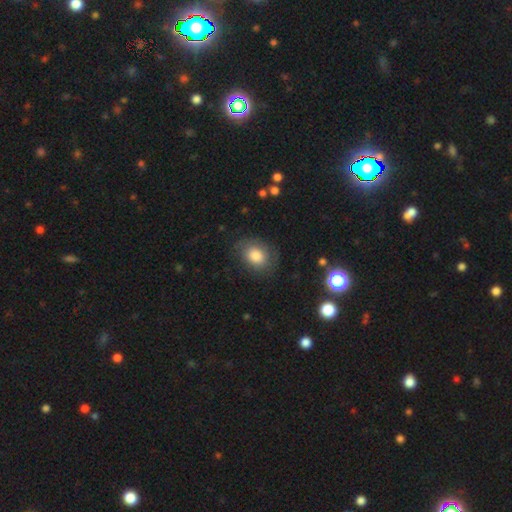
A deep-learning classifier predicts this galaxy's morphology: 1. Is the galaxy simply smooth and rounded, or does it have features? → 78% smooth, 13% featured or disk, 9% star or artifact.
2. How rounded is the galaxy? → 57% in between, 42% round, 1% cigar-shaped.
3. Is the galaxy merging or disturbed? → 76% none, 16% minor disturbance, 7% major disturbance, 1% merger.